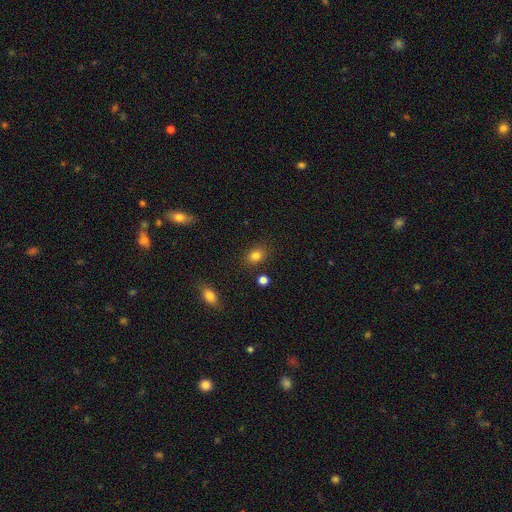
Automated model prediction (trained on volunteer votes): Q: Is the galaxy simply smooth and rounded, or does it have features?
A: smooth — 82%.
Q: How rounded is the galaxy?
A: in between — 58%.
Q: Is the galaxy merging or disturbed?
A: none — 83%.